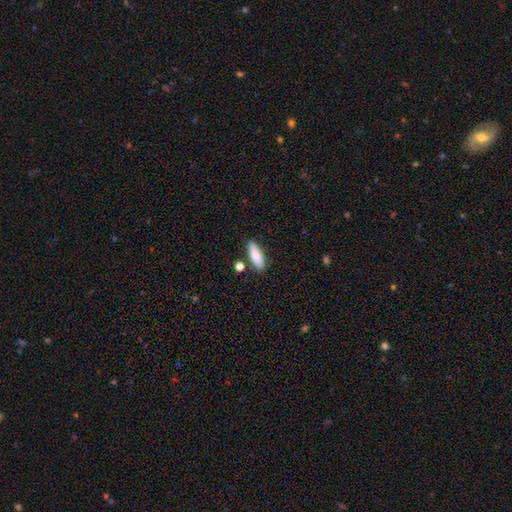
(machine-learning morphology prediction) Smooth or featured? Predicted: smooth (p=0.82). How rounded? Predicted: in between (p=0.57). Merging? Predicted: none (p=0.79).